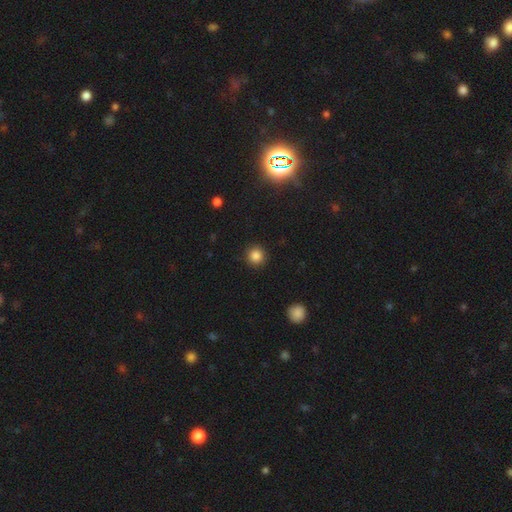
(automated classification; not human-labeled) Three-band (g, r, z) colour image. It shows a smooth galaxy with no disk features (85%) that is round (95%). Merging: none (91%).